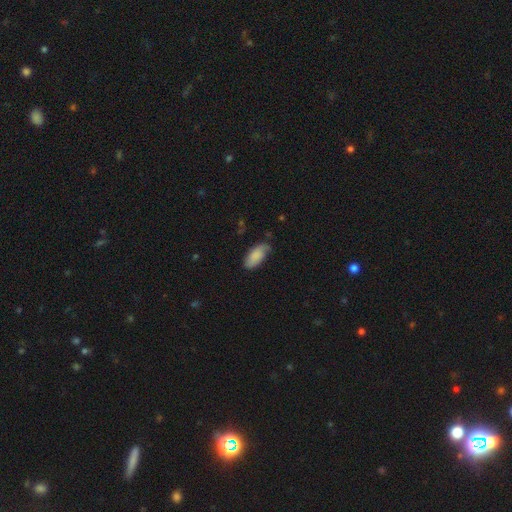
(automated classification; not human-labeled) The model was most divided on "merging": none: 66%, minor disturbance: 27%, major disturbance: 5%, merger: 2%. More confident: how rounded — in between (92%); smooth or featured — smooth (83%).